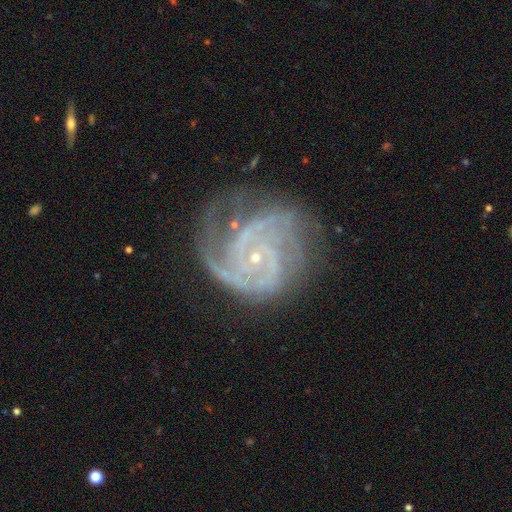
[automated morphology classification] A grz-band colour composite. It shows a featured or disk galaxy (89%) with no bar (68%), 3 (33%) tight (57%) spiral arms (98%) and a small central bulge (86%). Merging: none (59%).